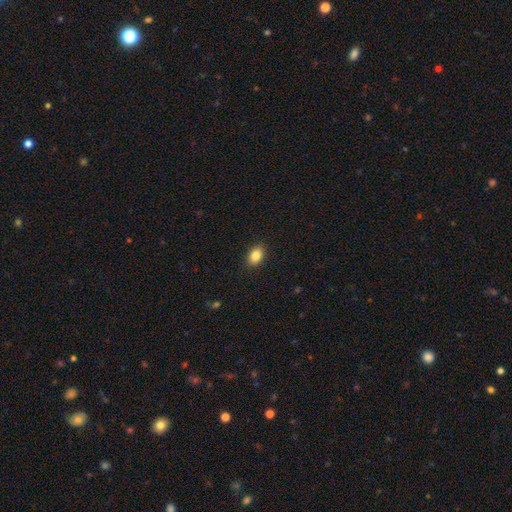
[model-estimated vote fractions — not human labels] smooth 85%, star or artifact 8%, featured or disk 6%. Down the decision tree: how rounded — in between (82%); merging — none (90%).